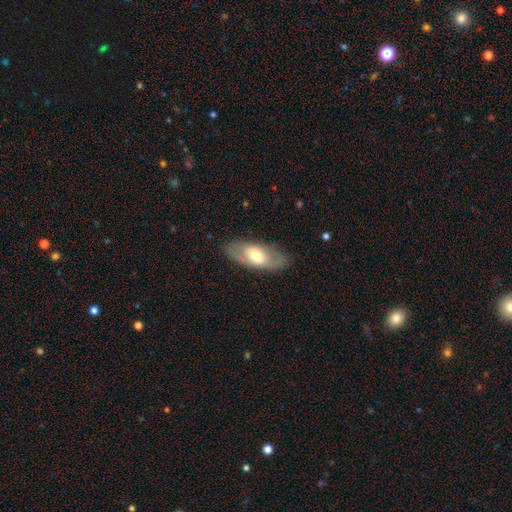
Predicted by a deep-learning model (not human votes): This appears to be a smooth galaxy with no disk features (49%). Merging: none (81%).